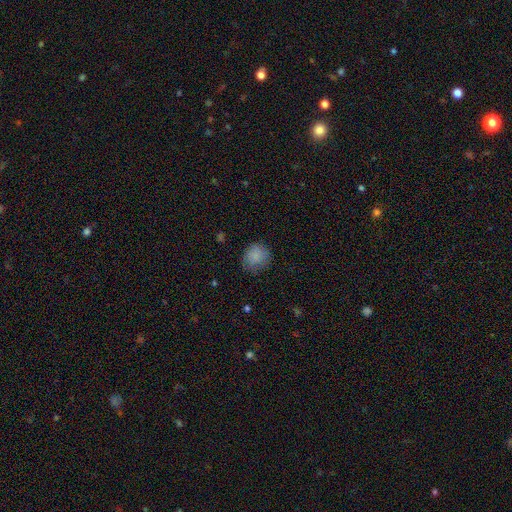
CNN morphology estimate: The model was most divided on "merging": none: 74%, minor disturbance: 19%, major disturbance: 5%, merger: 1%. More confident: smooth or featured — smooth (85%); how rounded — round (81%).